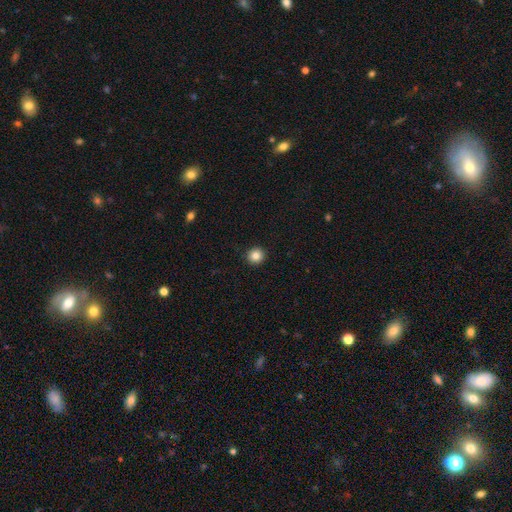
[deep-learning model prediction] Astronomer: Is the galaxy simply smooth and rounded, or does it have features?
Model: smooth — 84%.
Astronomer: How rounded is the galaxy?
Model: round — 93%.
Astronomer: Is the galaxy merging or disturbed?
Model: none — 93%.